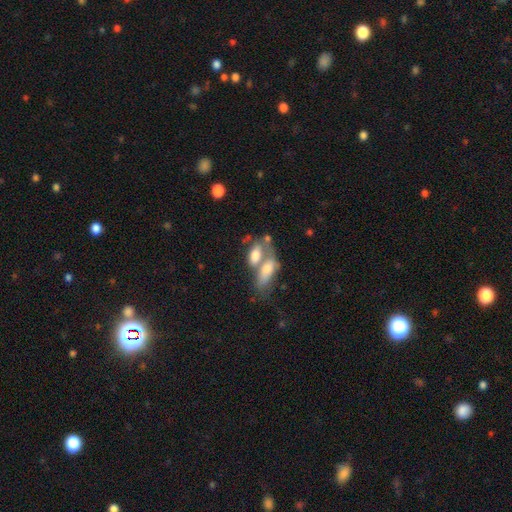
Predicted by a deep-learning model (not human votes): This appears to be a smooth galaxy with no disk features (69%) that is in between round and cigar-shaped (85%). Merging: merger (61%).